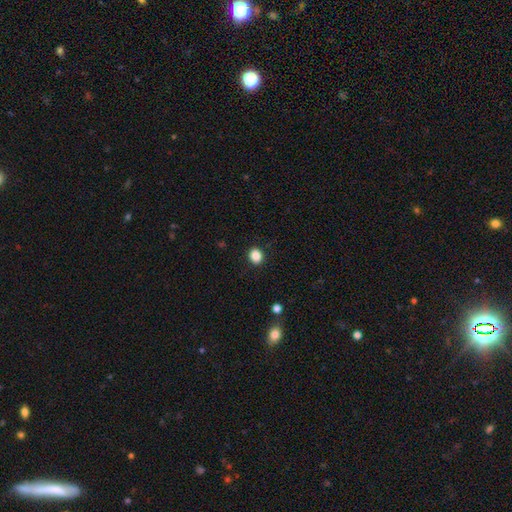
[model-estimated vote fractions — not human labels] This appears to be a smooth galaxy with no disk features (87%) that is round (66%). Merging: none (90%).